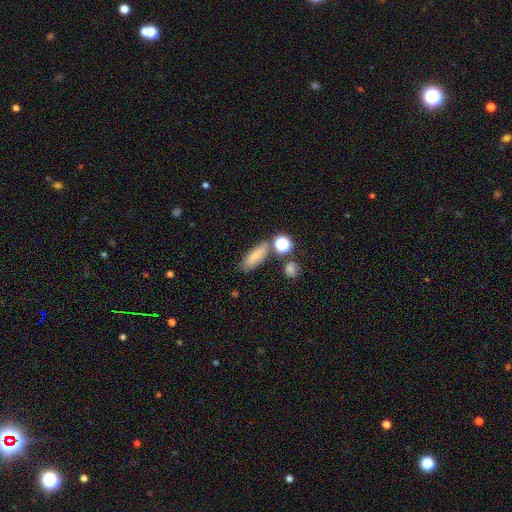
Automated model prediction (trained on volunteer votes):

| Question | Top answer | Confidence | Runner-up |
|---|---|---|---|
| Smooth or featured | smooth | 77% | featured or disk (13%) |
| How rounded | in between | 61% | cigar-shaped (33%) |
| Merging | none | 69% | minor disturbance (15%) |